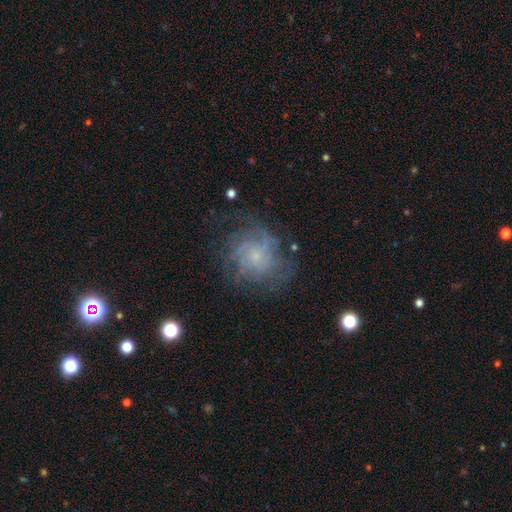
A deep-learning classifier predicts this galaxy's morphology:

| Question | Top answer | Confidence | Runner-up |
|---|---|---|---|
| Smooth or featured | featured or disk | 60% | smooth (27%) |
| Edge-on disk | no | 97% | yes (3%) |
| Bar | no | 81% | weak (16%) |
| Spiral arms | yes | 77% | no (23%) |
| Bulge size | small | 72% | moderate (16%) |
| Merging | none | 63% | minor disturbance (19%) |